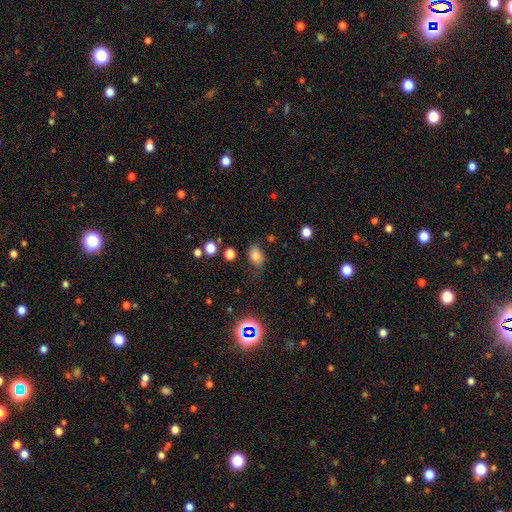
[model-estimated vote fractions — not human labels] This is likely a smooth galaxy (77%). How rounded: clearly in between (80%). Merging: likely none (67%).